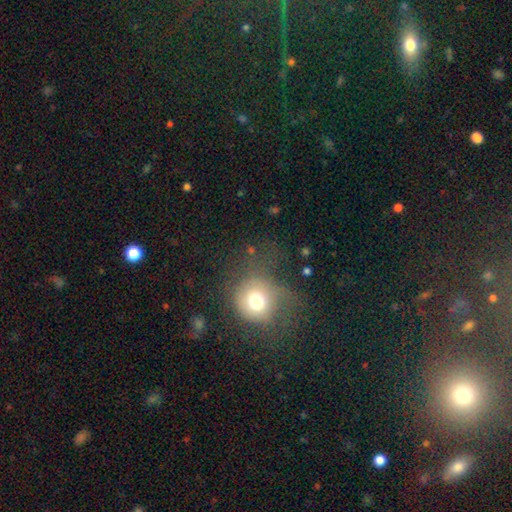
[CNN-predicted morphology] smooth 64%, star or artifact 19%, featured or disk 17%. Down the decision tree: how rounded — round (83%); merging — none (45%).